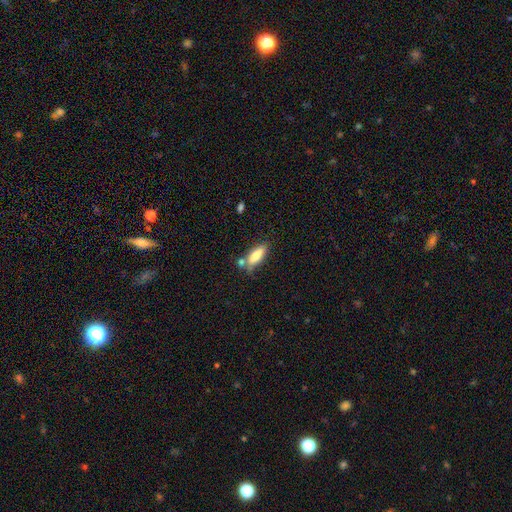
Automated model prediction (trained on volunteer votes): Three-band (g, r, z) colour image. It shows a smooth galaxy with no disk features (77%) that is in between round and cigar-shaped (66%). Merging: none (56%).